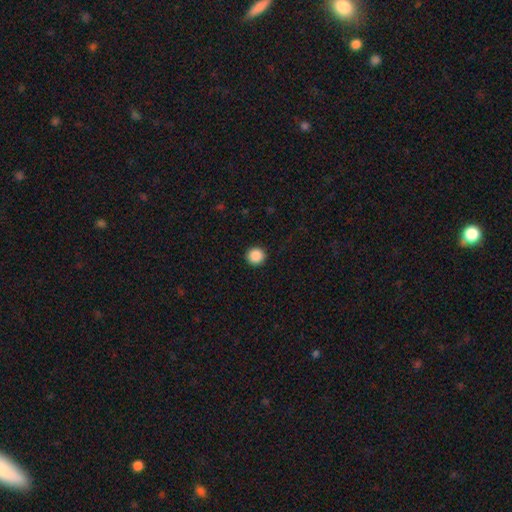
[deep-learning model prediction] Morphology: type=smooth (88%); roundness=round (95%); merging=none (93%).